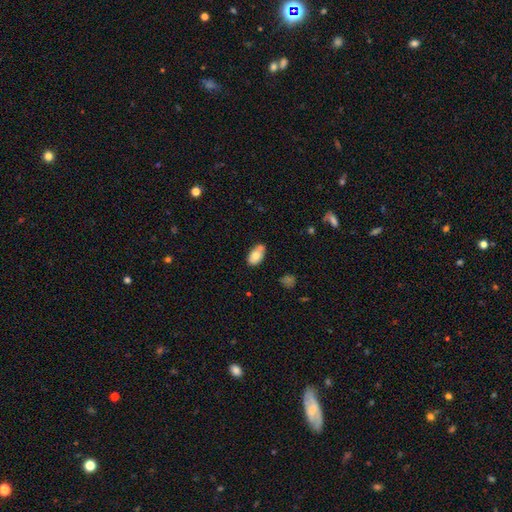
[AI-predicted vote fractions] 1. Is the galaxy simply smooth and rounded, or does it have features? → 78% smooth, 15% featured or disk, 7% star or artifact.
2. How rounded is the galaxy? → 93% in between, 5% round, 3% cigar-shaped.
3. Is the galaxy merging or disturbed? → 60% none, 24% minor disturbance, 12% merger, 5% major disturbance.